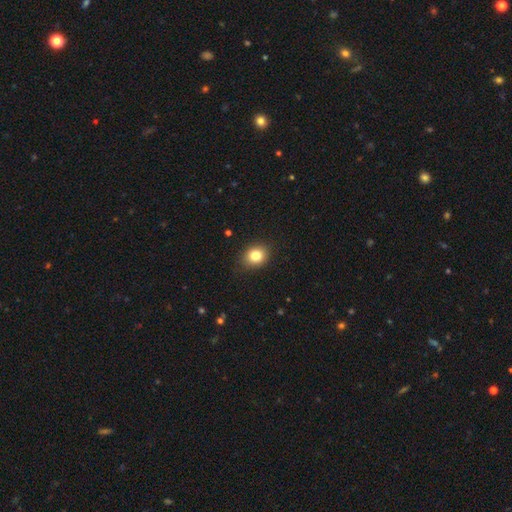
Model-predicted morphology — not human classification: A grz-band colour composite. It shows a smooth galaxy with no disk features (82%) that is round (59%). Merging: none (87%).